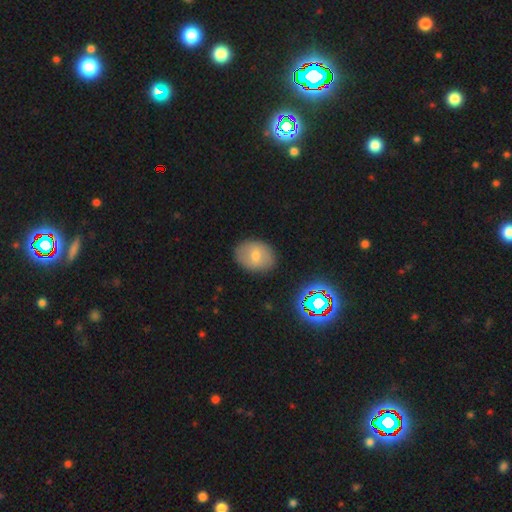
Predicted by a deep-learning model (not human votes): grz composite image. It shows a smooth galaxy with no disk features (68%) that is in between round and cigar-shaped (61%). Merging: none (85%).